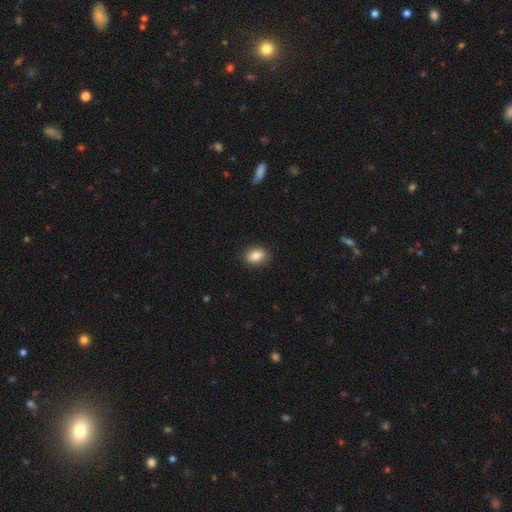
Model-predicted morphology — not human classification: Q: Smooth or featured?
A: smooth (85%); runner-up: star or artifact (8%)
Q: How rounded?
A: in between (71%); runner-up: round (28%)
Q: Merging?
A: none (89%); runner-up: minor disturbance (8%)